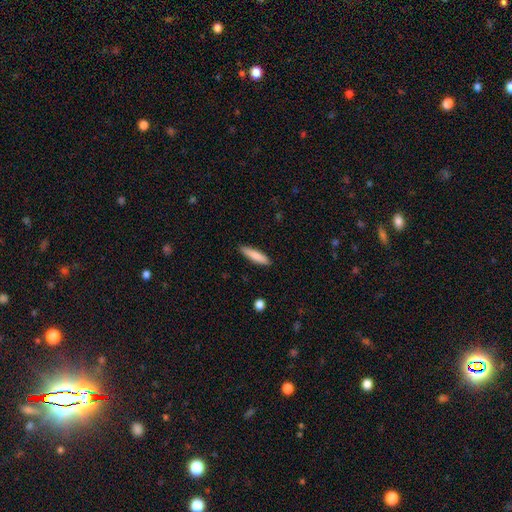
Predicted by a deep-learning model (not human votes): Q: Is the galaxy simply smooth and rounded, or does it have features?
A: smooth — 83%.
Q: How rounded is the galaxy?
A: cigar-shaped — 77%.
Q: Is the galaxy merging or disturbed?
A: none — 88%.